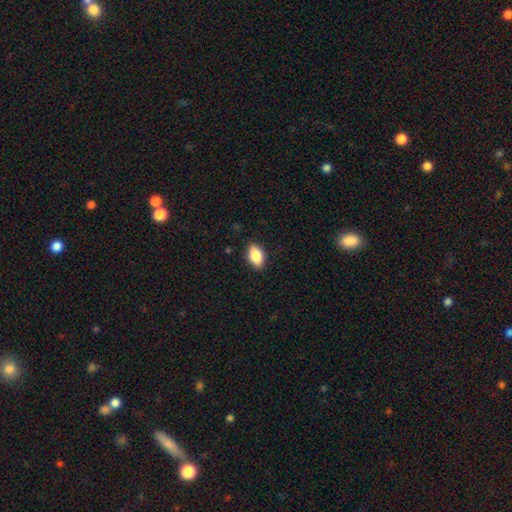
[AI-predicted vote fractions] A smooth galaxy with no disk features (84%) that is in between round and cigar-shaped (90%).

Vote fractions:
- Smooth or featured? smooth: 84% / featured or disk: 8% / star or artifact: 8%
- How rounded? in between: 90% / round: 7% / cigar-shaped: 3%
- Merging? none: 87% / minor disturbance: 10% / major disturbance: 2% / merger: 1%